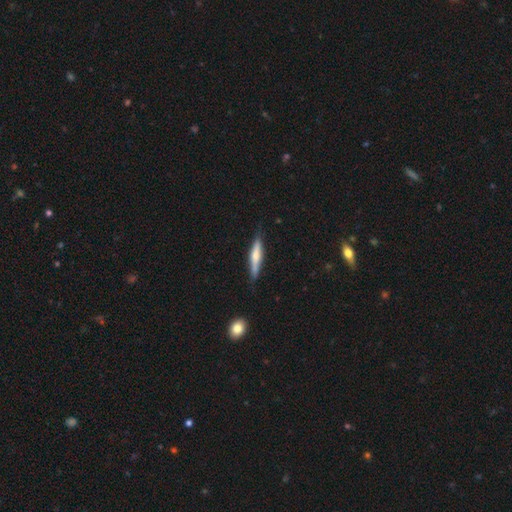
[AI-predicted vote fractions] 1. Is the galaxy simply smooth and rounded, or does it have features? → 50% smooth, 45% featured or disk, 6% star or artifact.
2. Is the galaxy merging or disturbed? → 83% none, 13% minor disturbance, 2% major disturbance, 2% merger.